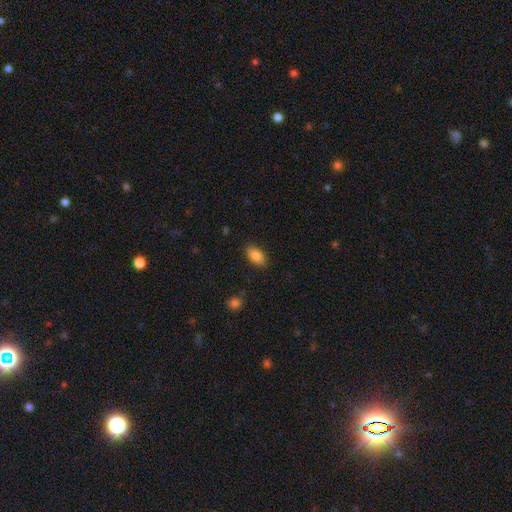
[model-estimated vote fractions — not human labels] Smooth or featured? Predicted: smooth (p=0.84). How rounded? Predicted: in between (p=0.92). Merging? Predicted: none (p=0.87).